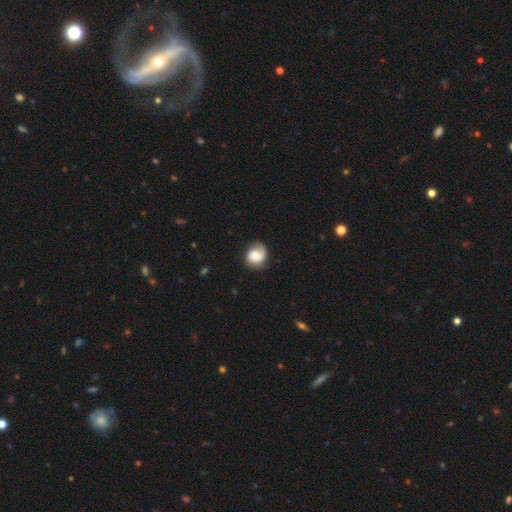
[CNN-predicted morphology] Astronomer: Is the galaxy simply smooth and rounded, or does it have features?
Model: featured or disk — 50% (runner-up: smooth, 43%).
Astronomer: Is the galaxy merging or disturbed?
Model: none — 70%.